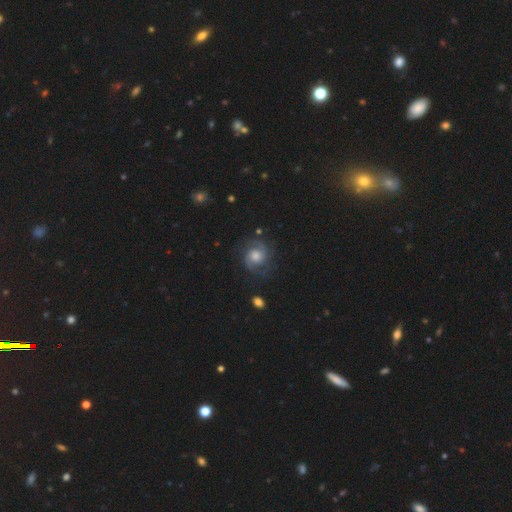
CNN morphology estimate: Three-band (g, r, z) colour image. It shows a featured or disk galaxy (79%) with no bar (66%), 2 (85%) medium (46%) spiral arms (96%) and a moderate central bulge (55%). Merging: none (80%).